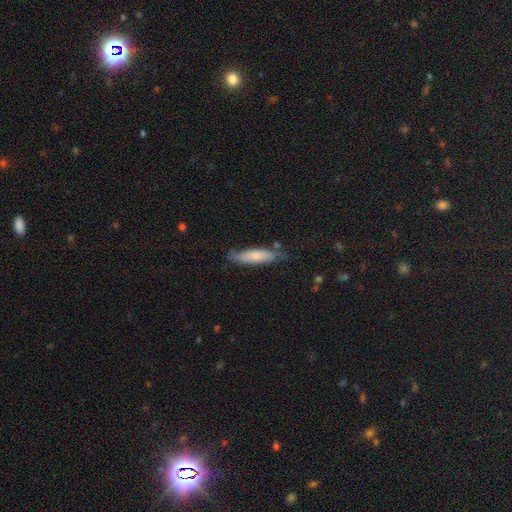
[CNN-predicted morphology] A smooth galaxy with no disk features (68%) that is cigar-shaped (70%). Merging: none (69%).